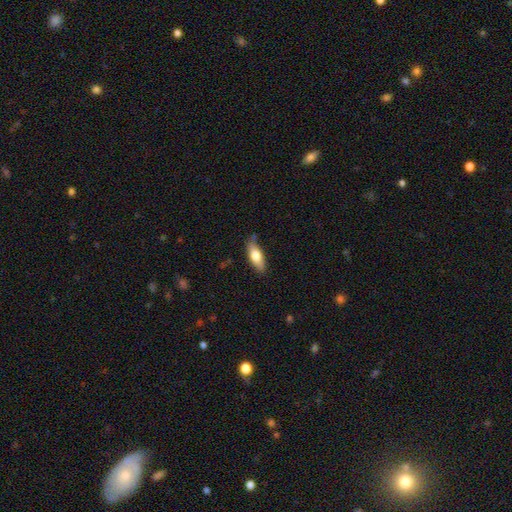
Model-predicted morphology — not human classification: Q: Smooth or featured?
A: smooth (70%); runner-up: featured or disk (24%)
Q: How rounded?
A: in between (70%); runner-up: cigar-shaped (27%)
Q: Merging?
A: none (71%); runner-up: minor disturbance (22%)